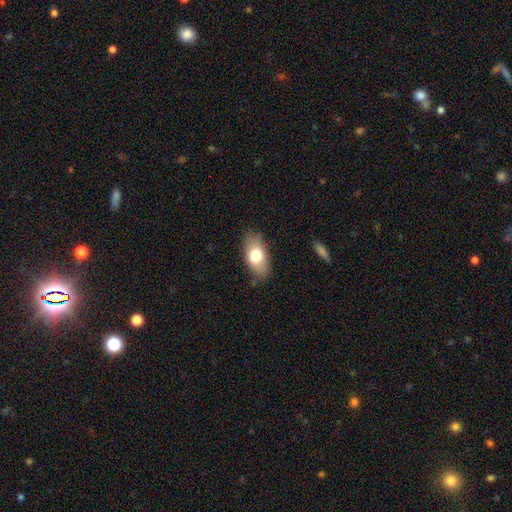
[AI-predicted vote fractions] Q: Smooth or featured?
A: smooth (72%); runner-up: featured or disk (20%)
Q: How rounded?
A: in between (90%); runner-up: round (6%)
Q: Merging?
A: none (79%); runner-up: minor disturbance (16%)